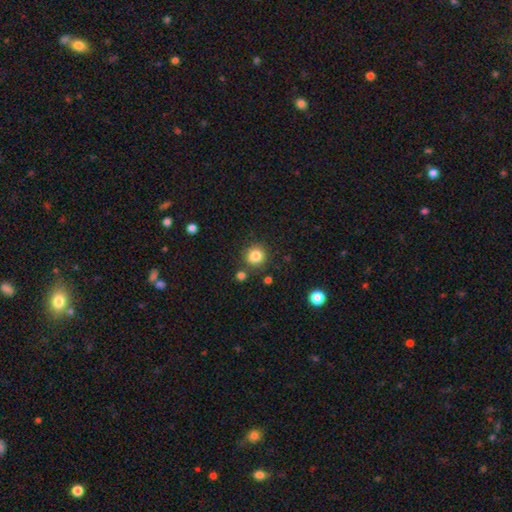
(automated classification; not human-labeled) The model was most divided on "smooth or featured": smooth: 83%, star or artifact: 11%, featured or disk: 5%. More confident: how rounded — round (90%); merging — none (82%).